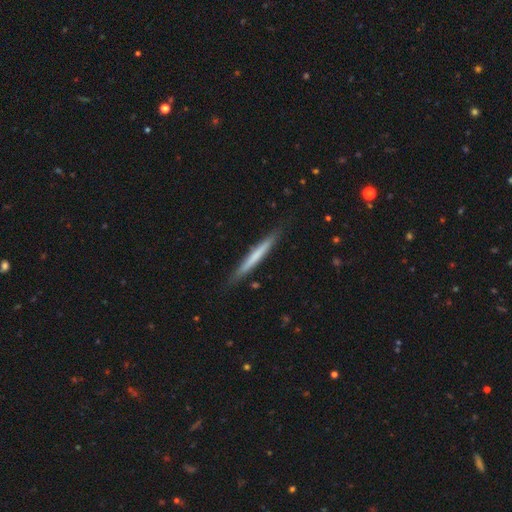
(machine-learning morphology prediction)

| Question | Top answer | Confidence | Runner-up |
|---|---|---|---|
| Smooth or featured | smooth | 56% | featured or disk (39%) |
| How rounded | cigar-shaped | 97% | in between (2%) |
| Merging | none | 87% | minor disturbance (10%) |